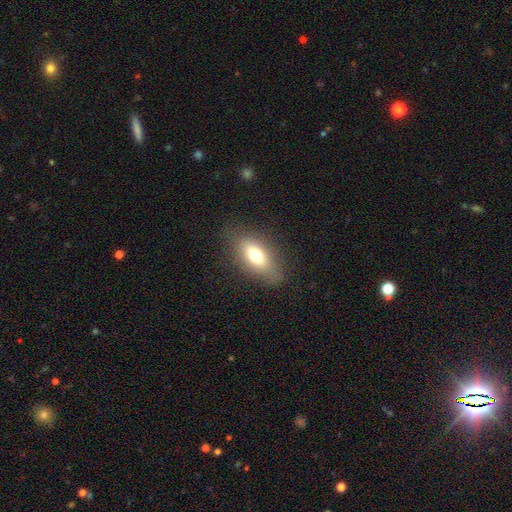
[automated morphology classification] A smooth galaxy with no disk features (70%) that is in between round and cigar-shaped (81%). Merging: none (78%).